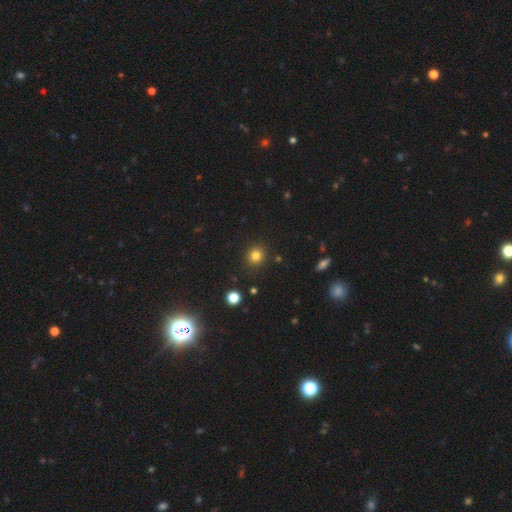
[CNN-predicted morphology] smooth_or_featured: smooth (p=0.81) [alt: star or artifact p=0.14]
how_rounded: round (p=0.90) [alt: in between p=0.09]
merging: none (p=0.89) [alt: minor disturbance p=0.07]